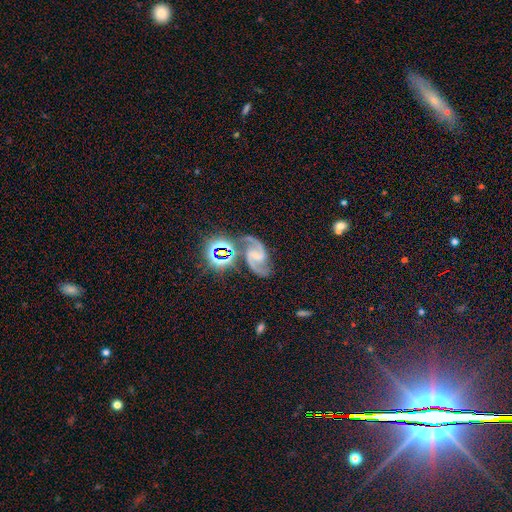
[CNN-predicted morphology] Smooth or featured? Predicted: featured or disk (p=0.86). Edge-on disk? Predicted: no (p=0.98). Bar? Predicted: weak (p=0.46). Spiral arms? Predicted: yes (p=0.98). Spiral winding? Predicted: medium (p=0.63). Spiral arm count? Predicted: 2 (p=0.94). Bulge size? Predicted: none (p=0.44). Merging? Predicted: none (p=0.69).